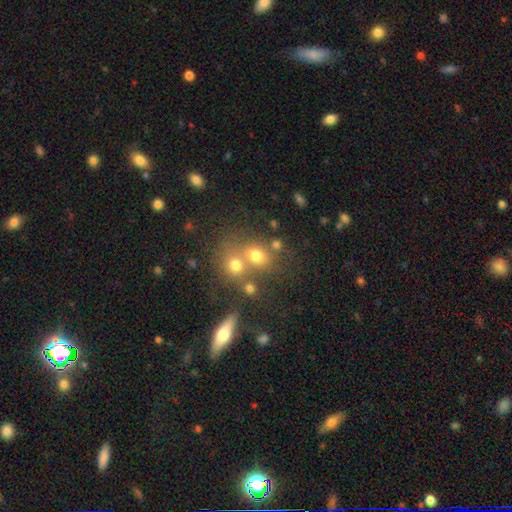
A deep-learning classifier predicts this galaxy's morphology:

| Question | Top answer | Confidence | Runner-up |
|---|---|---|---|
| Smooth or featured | smooth | 67% | star or artifact (18%) |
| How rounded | round | 52% | in between (46%) |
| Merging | none | 43% | merger (41%) |